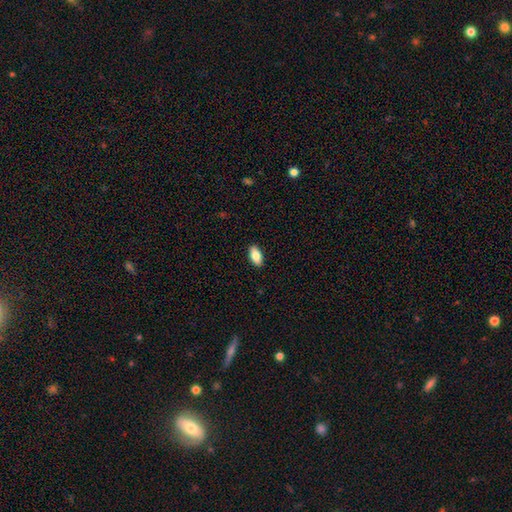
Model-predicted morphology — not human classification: smooth_or_featured: smooth (p=0.83) [alt: featured or disk p=0.11]
how_rounded: in between (p=0.91) [alt: cigar-shaped p=0.06]
merging: none (p=0.90) [alt: minor disturbance p=0.07]